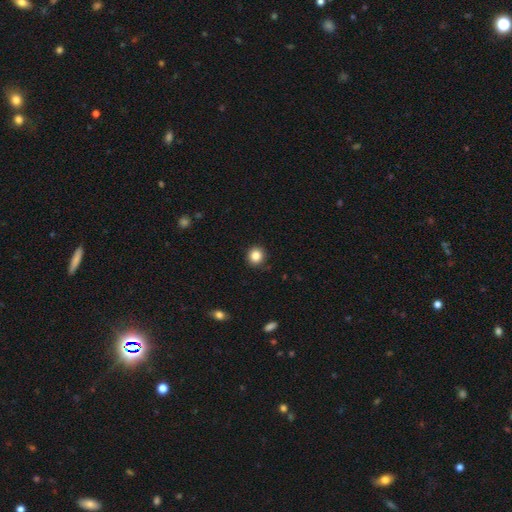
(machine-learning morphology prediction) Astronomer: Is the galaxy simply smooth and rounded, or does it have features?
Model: smooth — 85%.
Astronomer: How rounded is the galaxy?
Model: round — 89%.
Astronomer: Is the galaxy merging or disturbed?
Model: none — 91%.